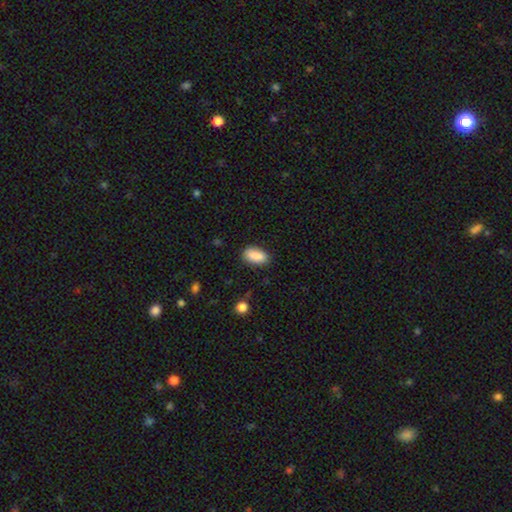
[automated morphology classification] smooth-or-featured: smooth: 88% | star or artifact: 7% | featured or disk: 4%
  how-rounded: in between: 89% | cigar-shaped: 7% | round: 4%
  merging: none: 83% | minor disturbance: 13% | major disturbance: 3% | merger: 2%